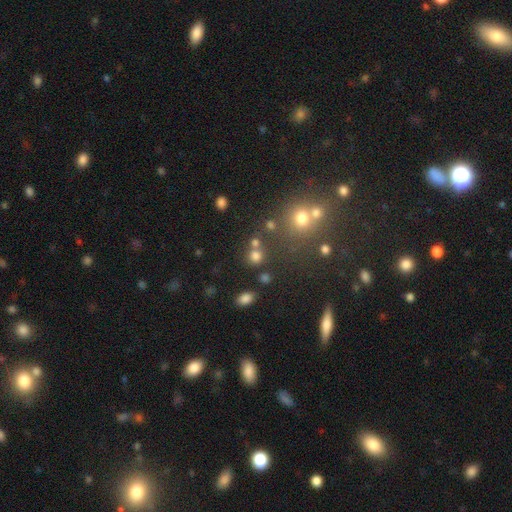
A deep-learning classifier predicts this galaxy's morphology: Smooth or featured? Predicted: smooth (p=0.73). How rounded? Predicted: round (p=0.85). Merging? Predicted: none (p=0.63).